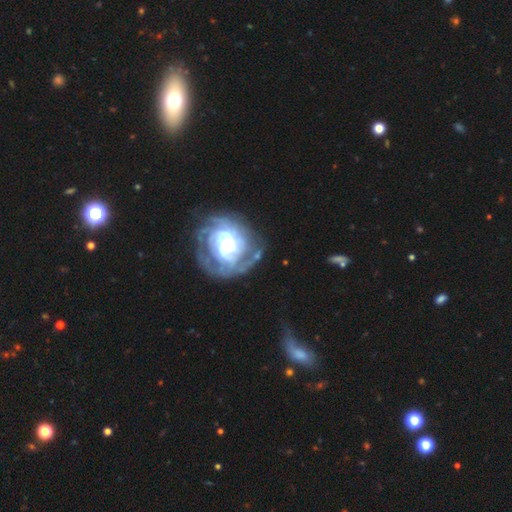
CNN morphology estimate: featured or disk 83%, smooth 11%, star or artifact 6%. Down the decision tree: edge-on disk — no (97%); bar — no (54%); spiral arms — yes (91%); spiral arm count — can't tell (37%); spiral winding — tight (67%); bulge size — moderate (42%); merging — none (64%).